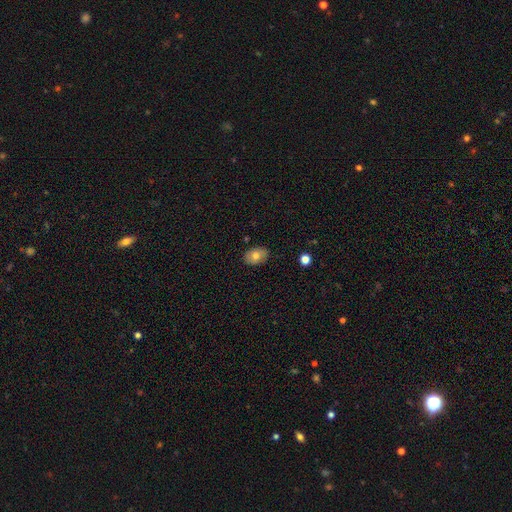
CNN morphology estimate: smooth_or_featured: smooth (p=0.72) [alt: featured or disk p=0.20]
how_rounded: in between (p=0.79) [alt: round p=0.20]
merging: none (p=0.85) [alt: minor disturbance p=0.11]